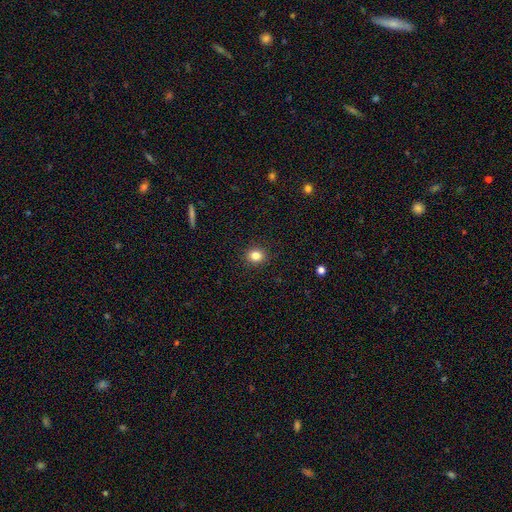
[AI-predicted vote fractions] The model was most divided on "how rounded": round: 74%, in between: 25%, cigar-shaped: 1%. More confident: merging — none (91%); smooth or featured — smooth (83%).